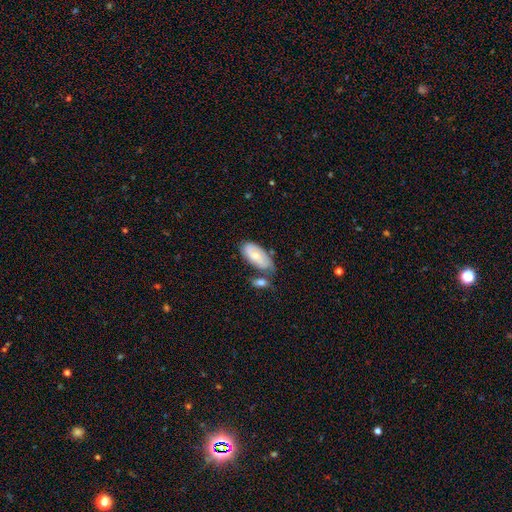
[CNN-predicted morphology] A smooth galaxy with no disk features (64%) that is in between round and cigar-shaped (92%). Merging: none (49%).